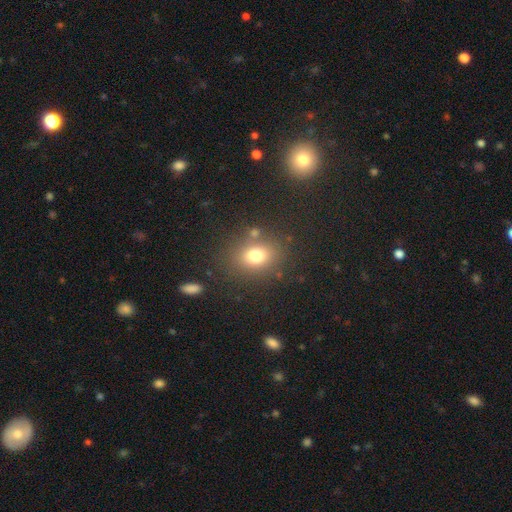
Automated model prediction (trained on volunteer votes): Smooth or featured? smooth (75%)
How rounded? round (51%)
Merging? none (78%)